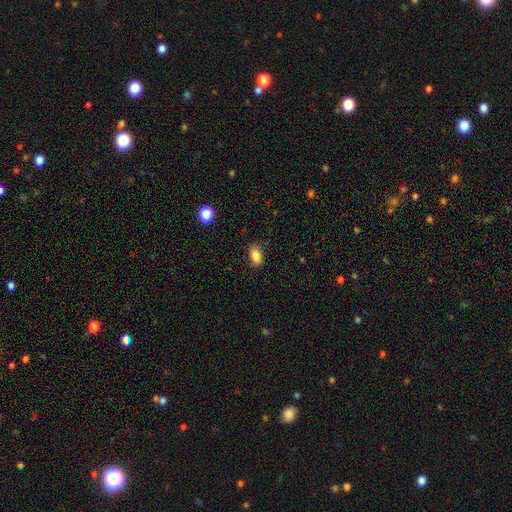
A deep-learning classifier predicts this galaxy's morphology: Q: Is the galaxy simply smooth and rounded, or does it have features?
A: smooth — 86%.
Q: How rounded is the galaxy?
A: in between — 88%.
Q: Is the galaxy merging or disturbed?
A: none — 82%.